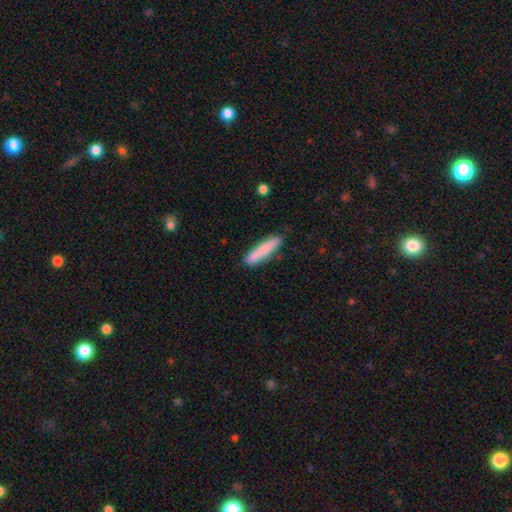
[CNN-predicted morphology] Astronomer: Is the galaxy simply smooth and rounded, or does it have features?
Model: smooth — 82%.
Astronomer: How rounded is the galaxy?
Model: cigar-shaped — 87%.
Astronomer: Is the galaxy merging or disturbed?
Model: none — 82%.